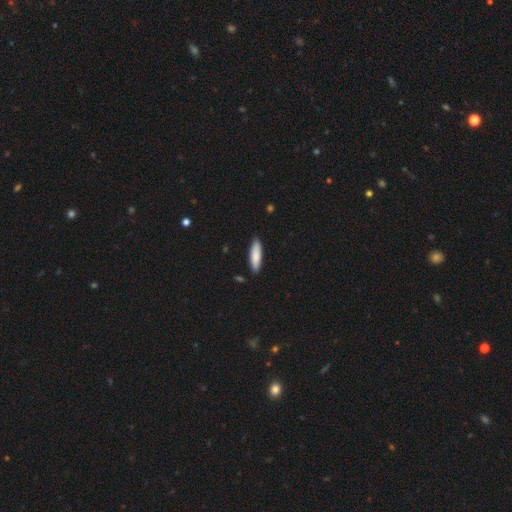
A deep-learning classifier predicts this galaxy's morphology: Overall: smooth (84%). How rounded: cigar-shaped (60%; in between 38%). Merging: none (88%).